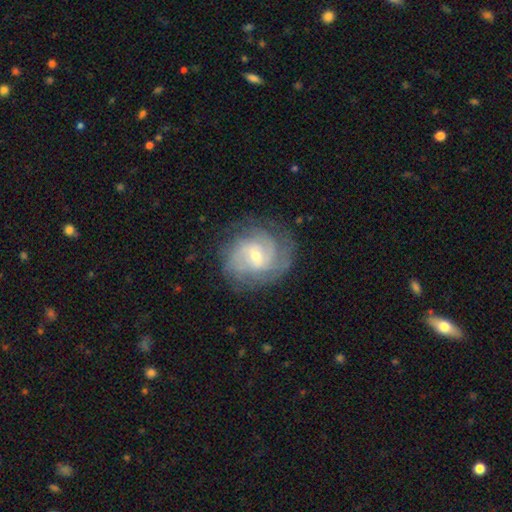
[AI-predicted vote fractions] A featured or disk galaxy (82%) with no bar (51%), tight (59%) spiral arms (95%) and a small central bulge (62%). Merging: none (76%).